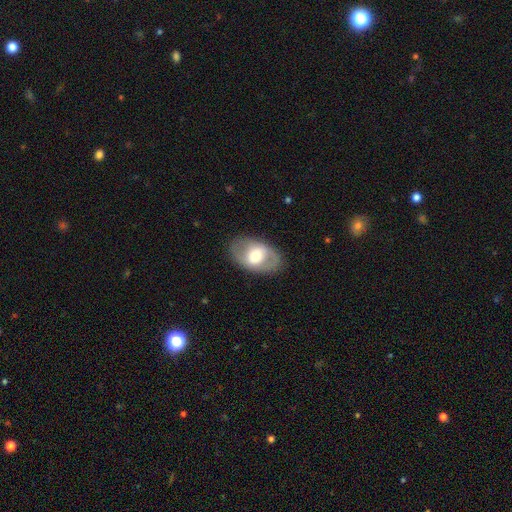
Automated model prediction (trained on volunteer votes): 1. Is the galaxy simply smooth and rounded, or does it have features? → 49% featured or disk, 44% smooth, 6% star or artifact.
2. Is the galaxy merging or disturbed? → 82% none, 11% minor disturbance, 6% major disturbance, 1% merger.